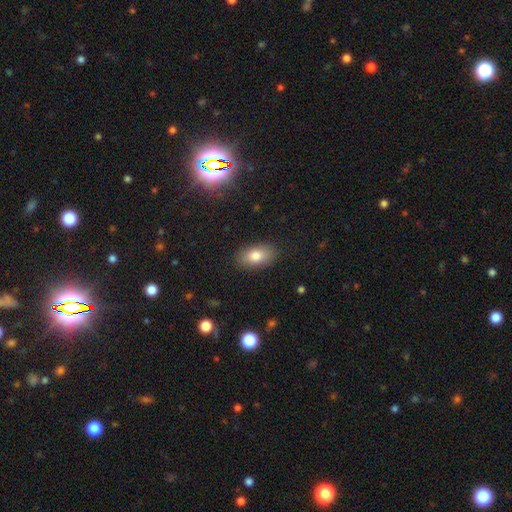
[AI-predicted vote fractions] Smooth or featured? Predicted: smooth (p=0.81). How rounded? Predicted: in between (p=0.91). Merging? Predicted: none (p=0.86).